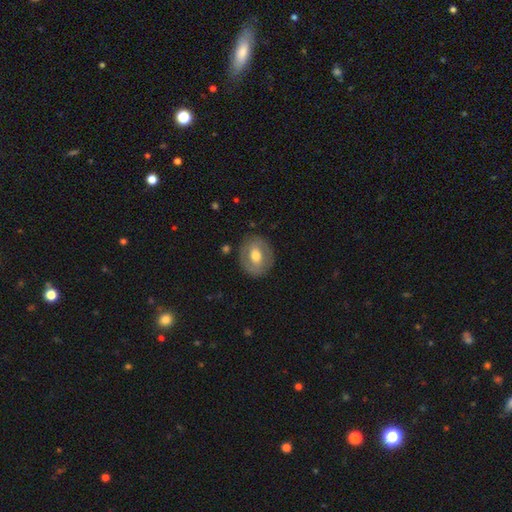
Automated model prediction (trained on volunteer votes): Smooth or featured? featured or disk (47%)
Merging? none (84%)